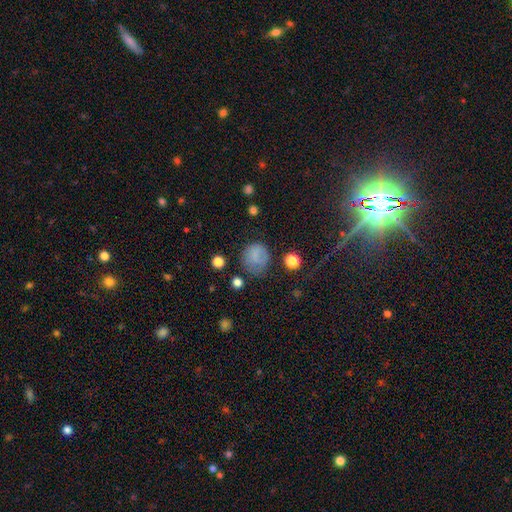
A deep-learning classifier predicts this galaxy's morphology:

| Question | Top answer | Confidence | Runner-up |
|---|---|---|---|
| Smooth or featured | smooth | 76% | star or artifact (12%) |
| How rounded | round | 78% | in between (21%) |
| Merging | none | 63% | minor disturbance (23%) |